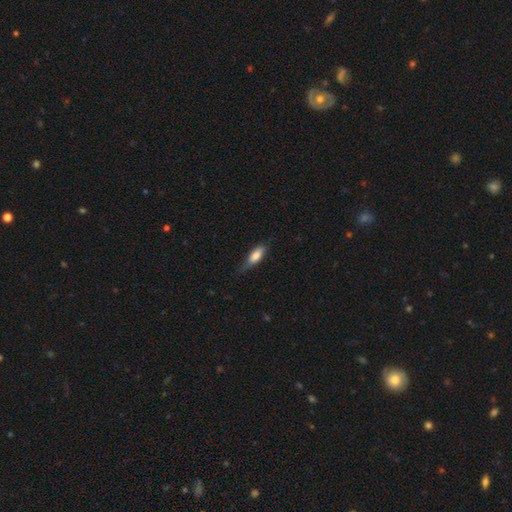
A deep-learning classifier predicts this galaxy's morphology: This is likely a smooth galaxy (79%). How rounded: likely in between (68%). Merging: possibly none (57%).